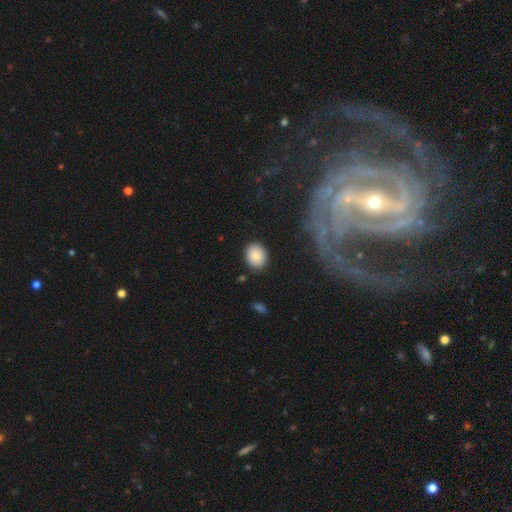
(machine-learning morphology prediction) type=smooth (84%); roundness=round (52%); merging=none (87%).